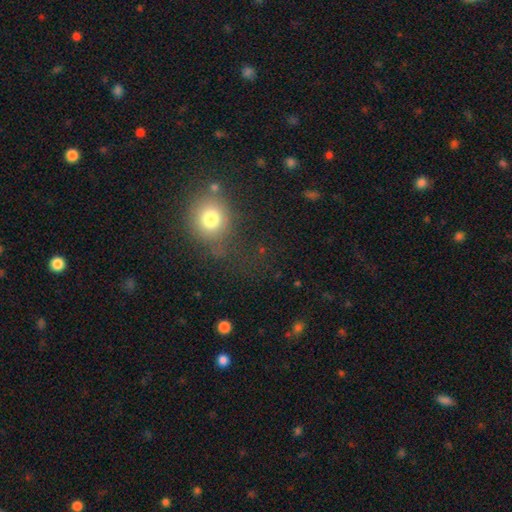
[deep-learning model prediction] Smooth or featured? smooth (69%)
How rounded? round (84%)
Merging? none (59%)